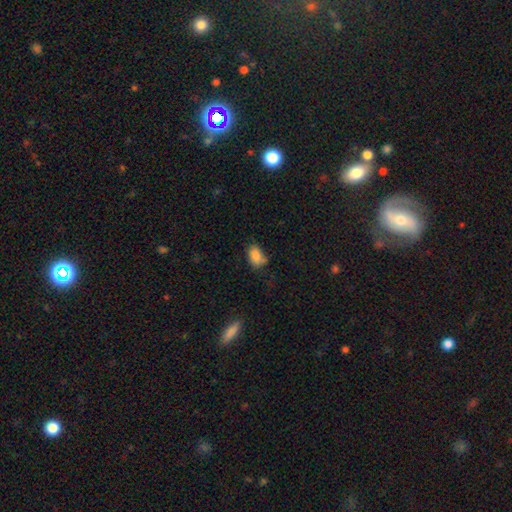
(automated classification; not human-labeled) smooth 85%, star or artifact 8%, featured or disk 7%. Down the decision tree: how rounded — in between (85%); merging — none (60%).